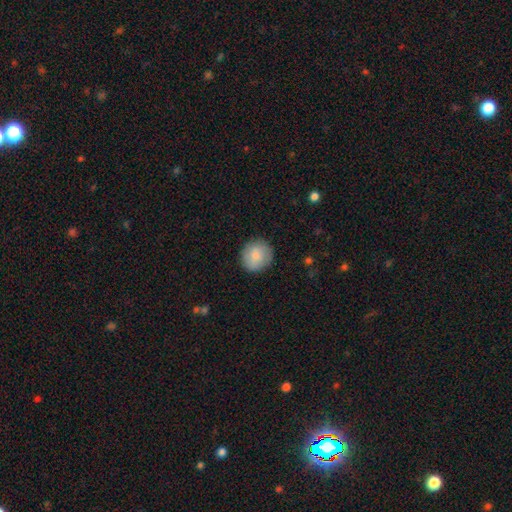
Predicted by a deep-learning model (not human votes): smooth-or-featured: smooth: 81% | featured or disk: 13% | star or artifact: 7%
  how-rounded: round: 89% | in between: 10% | cigar-shaped: 1%
  merging: none: 88% | minor disturbance: 9% | major disturbance: 2% | merger: 1%